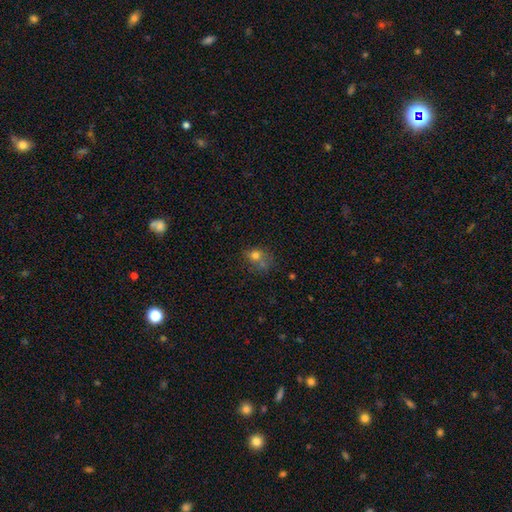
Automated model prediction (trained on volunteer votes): Smooth or featured? smooth (70%)
How rounded? round (54%)
Merging? none (42%)